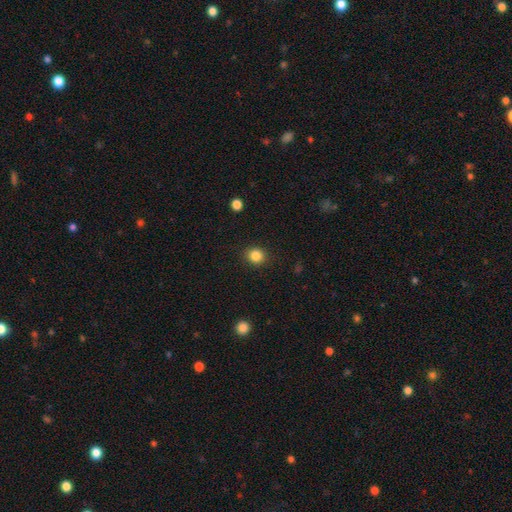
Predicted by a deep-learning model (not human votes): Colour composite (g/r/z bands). It shows a smooth galaxy with no disk features (85%) that is round (84%). Merging: none (90%).